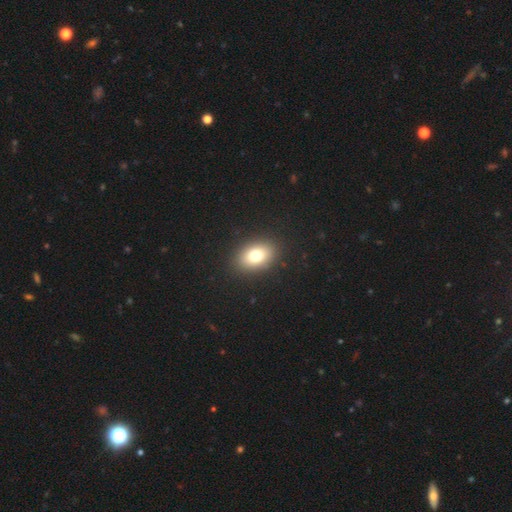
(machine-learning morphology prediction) Q: Smooth or featured?
A: smooth (76%); runner-up: featured or disk (13%)
Q: How rounded?
A: in between (78%); runner-up: round (21%)
Q: Merging?
A: none (89%); runner-up: minor disturbance (7%)